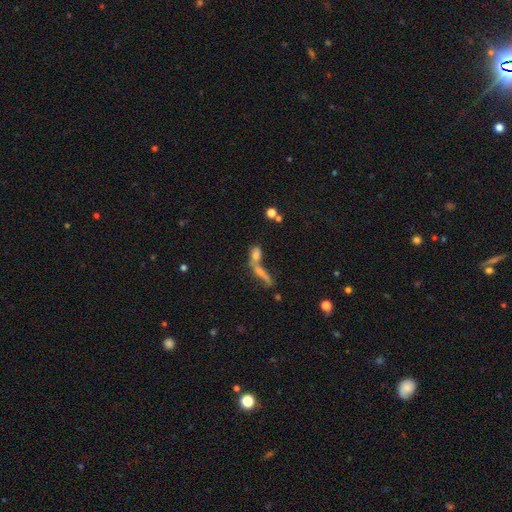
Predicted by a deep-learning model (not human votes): Morphology: type=smooth (57%); roundness=in between (47%); merging=merger (58%).